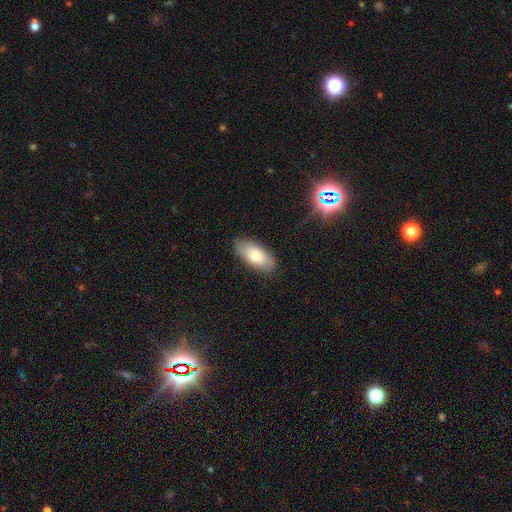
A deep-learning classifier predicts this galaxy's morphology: A smooth galaxy with no disk features (82%) that is in between round and cigar-shaped (87%). Merging: none (84%).